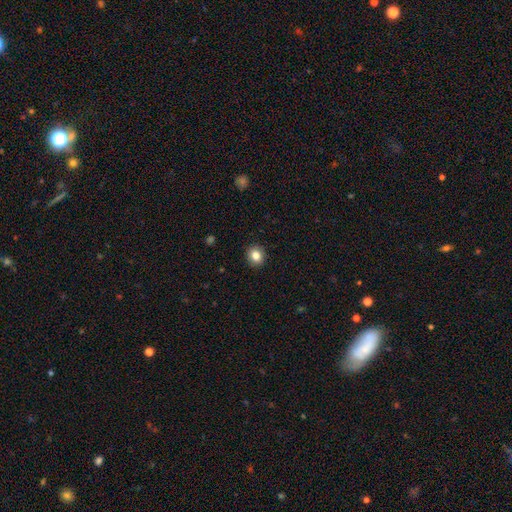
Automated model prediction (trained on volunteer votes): A smooth galaxy with no disk features (83%) that is round (78%). Merging: none (92%).